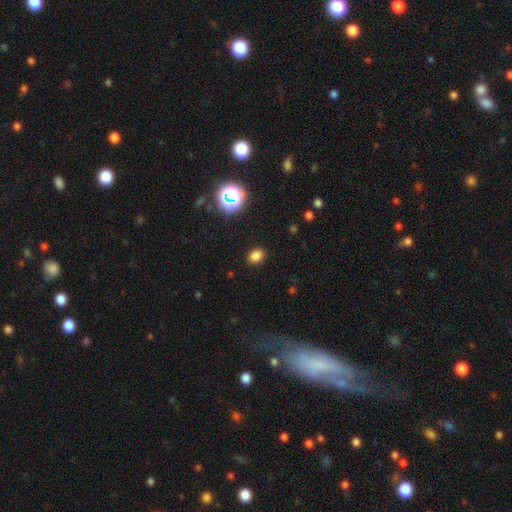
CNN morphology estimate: smooth-or-featured: smooth: 79% | star or artifact: 17% | featured or disk: 4%
  how-rounded: in between: 51% | round: 48% | cigar-shaped: 1%
  merging: none: 88% | minor disturbance: 8% | major disturbance: 3% | merger: 1%